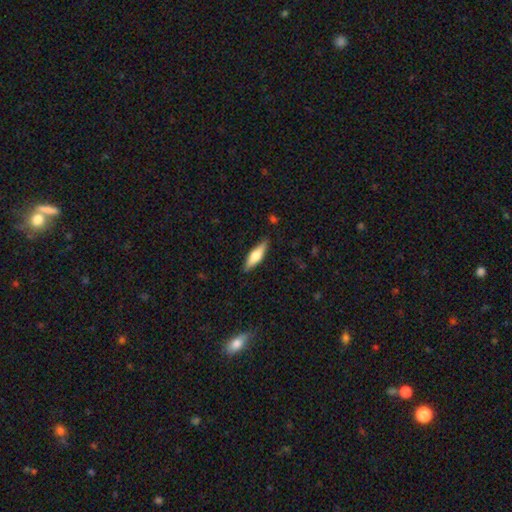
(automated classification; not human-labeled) This appears to be a smooth galaxy with no disk features (52%) that is cigar-shaped (57%). Merging: none (87%).